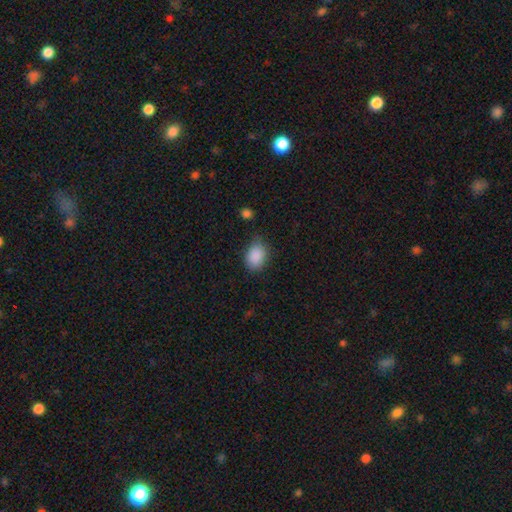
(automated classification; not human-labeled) A smooth galaxy with no disk features (89%) that is in between round and cigar-shaped (72%). Merging: none (75%).